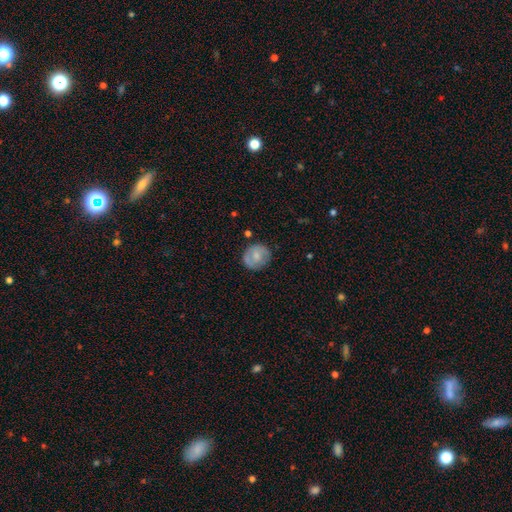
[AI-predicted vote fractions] This appears to be a smooth galaxy with no disk features (67%) that is round (81%). Merging: none (77%).